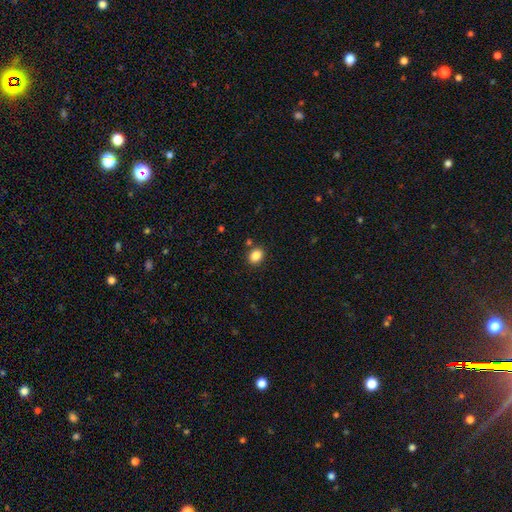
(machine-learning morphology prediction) Q: Smooth or featured?
A: smooth (86%); runner-up: star or artifact (10%)
Q: How rounded?
A: in between (59%); runner-up: round (40%)
Q: Merging?
A: none (85%); runner-up: minor disturbance (9%)